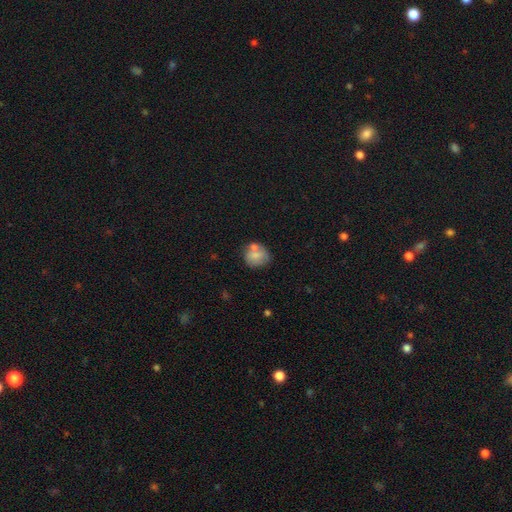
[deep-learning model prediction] Smooth or featured? smooth (73%)
How rounded? round (75%)
Merging? none (54%)